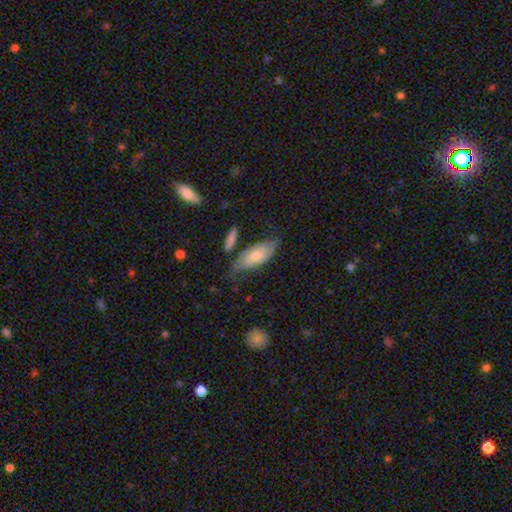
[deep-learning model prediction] smooth 61%, featured or disk 33%, star or artifact 6%. Down the decision tree: how rounded — in between (81%); merging — none (57%).